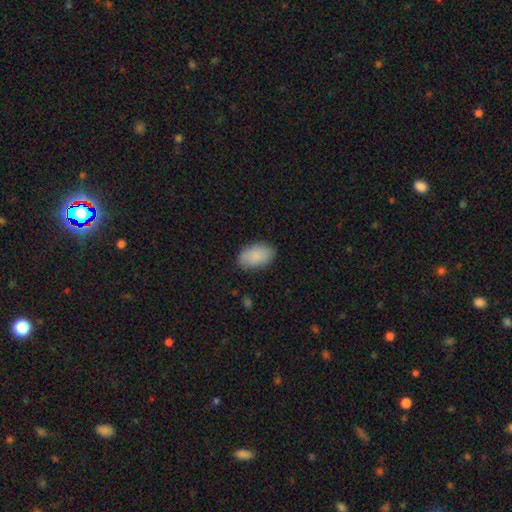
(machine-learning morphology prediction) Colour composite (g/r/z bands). It shows a smooth galaxy with no disk features (87%) that is in between round and cigar-shaped (92%). Merging: none (83%).